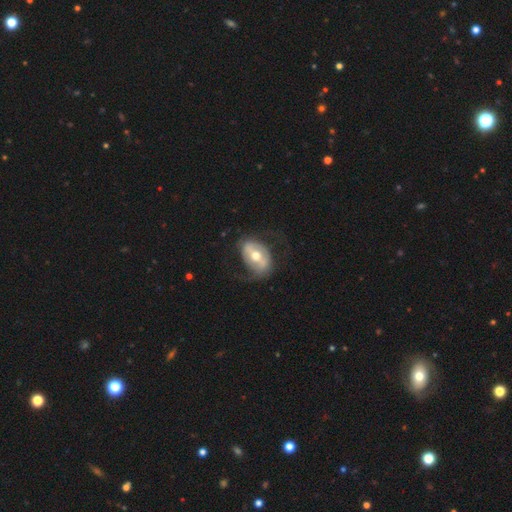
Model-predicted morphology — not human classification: Q: Smooth or featured?
A: featured or disk (65%); runner-up: smooth (29%)
Q: Edge-on disk?
A: no (93%); runner-up: yes (7%)
Q: Bar?
A: strong (39%); runner-up: weak (34%)
Q: Spiral arms?
A: yes (62%); runner-up: no (38%)
Q: Bulge size?
A: moderate (75%); runner-up: small (16%)
Q: Merging?
A: none (61%); runner-up: minor disturbance (20%)